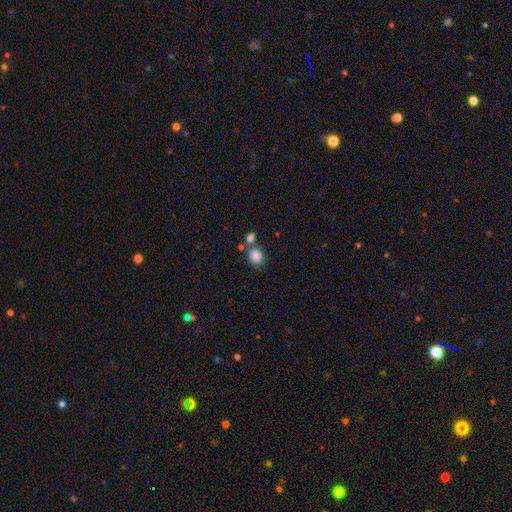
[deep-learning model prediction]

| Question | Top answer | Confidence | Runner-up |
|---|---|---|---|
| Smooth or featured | smooth | 86% | star or artifact (9%) |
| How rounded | round | 58% | in between (41%) |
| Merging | none | 60% | merger (25%) |